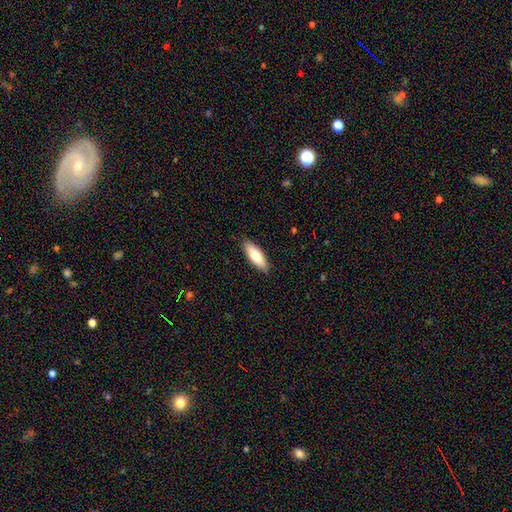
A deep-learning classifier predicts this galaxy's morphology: Smooth or featured? smooth (77%)
How rounded? in between (66%)
Merging? none (88%)